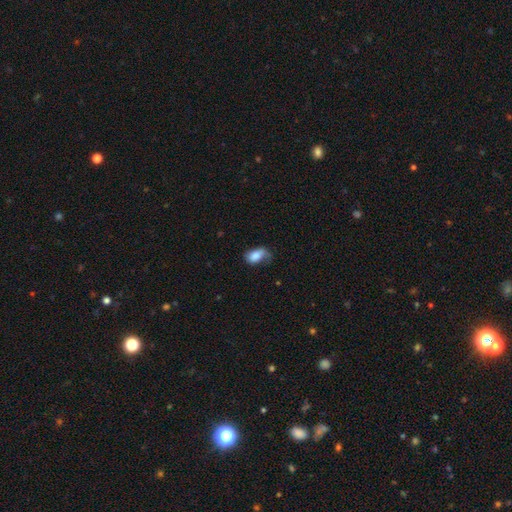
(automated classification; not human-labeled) This appears to be a smooth galaxy with no disk features (79%) that is in between round and cigar-shaped (89%). Merging: minor disturbance (38%).